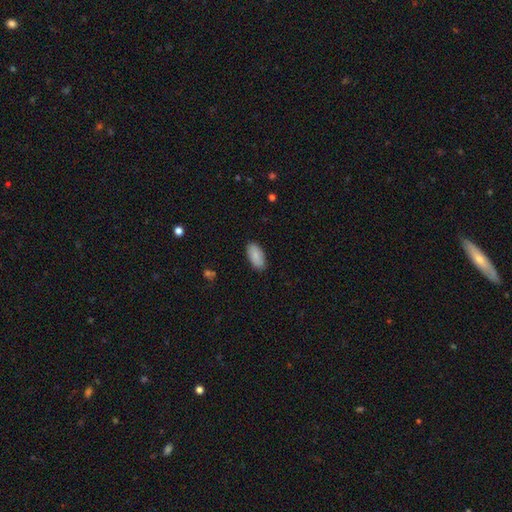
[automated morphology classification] smooth 87%, featured or disk 7%, star or artifact 6%. Down the decision tree: how rounded — in between (93%); merging — none (88%).